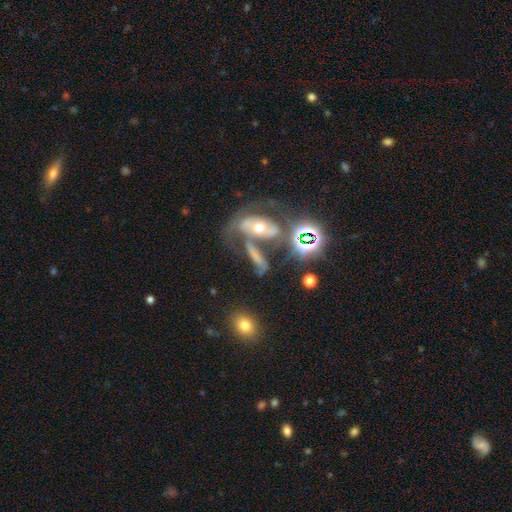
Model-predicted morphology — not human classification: This appears to be a featured or disk galaxy (41%). Merging: merger (36%).